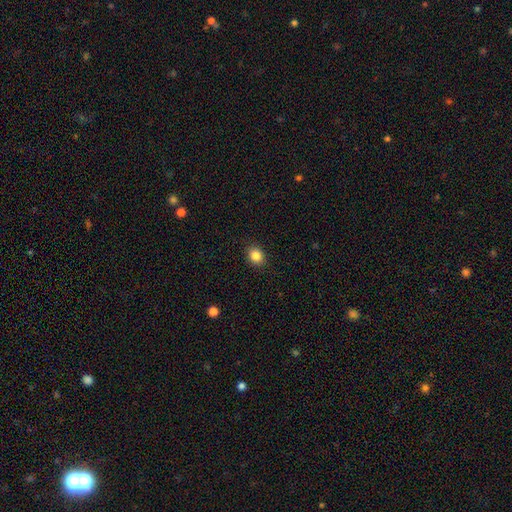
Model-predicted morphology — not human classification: Smooth or featured: smooth — 86% (star or artifact — 10%)
How rounded: round — 61% (in between — 39%)
Merging: none — 90% (minor disturbance — 7%)